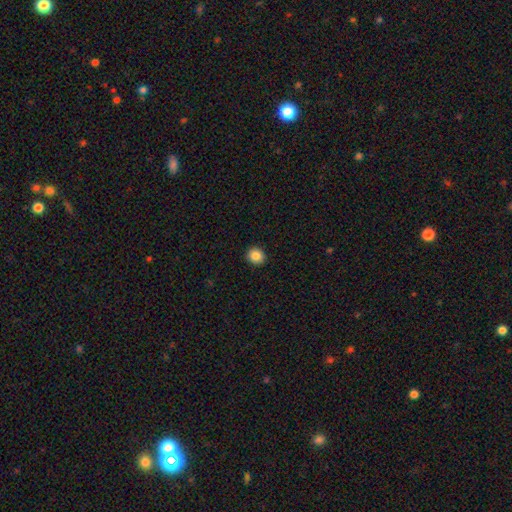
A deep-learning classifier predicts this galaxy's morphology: Smooth or featured?
  - smooth: 86% *
  - star or artifact: 10%
  - featured or disk: 4%
How rounded?
  - round: 85% *
  - in between: 14%
  - cigar-shaped: 1%
Merging?
  - none: 92% *
  - minor disturbance: 5%
  - major disturbance: 2%
  - merger: 1%